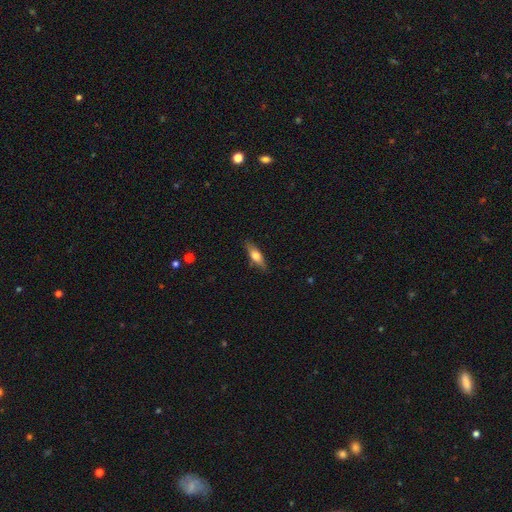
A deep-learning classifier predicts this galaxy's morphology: Smooth or featured: smooth — 54% (featured or disk — 40%)
How rounded: cigar-shaped — 55% (in between — 42%)
Merging: none — 84% (minor disturbance — 12%)